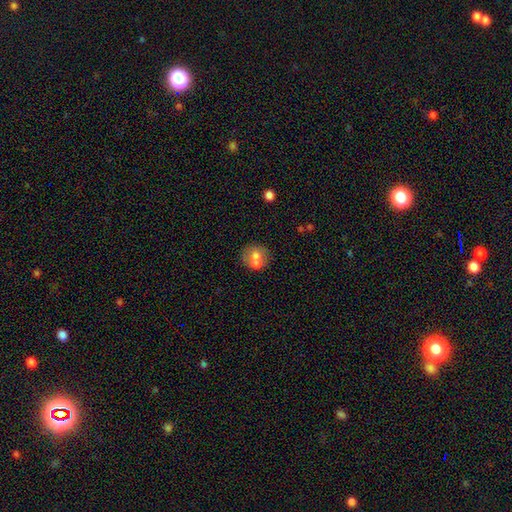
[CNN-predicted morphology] Smooth or featured? Predicted: smooth (p=0.62). How rounded? Predicted: round (p=0.73). Merging? Predicted: merger (p=0.44).